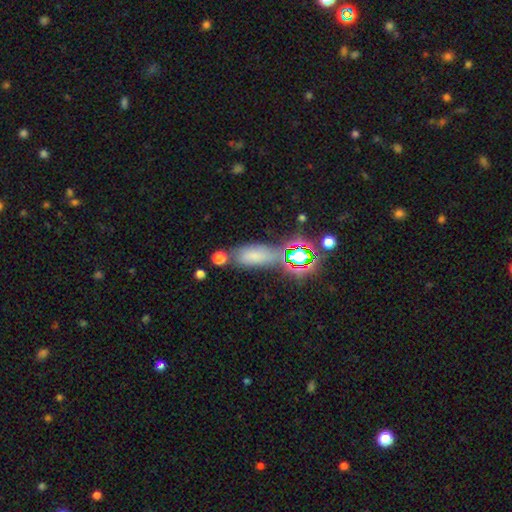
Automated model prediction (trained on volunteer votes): Smooth or featured: smooth — 59% (star or artifact — 26%)
How rounded: in between — 72% (cigar-shaped — 20%)
Merging: none — 55% (minor disturbance — 21%)